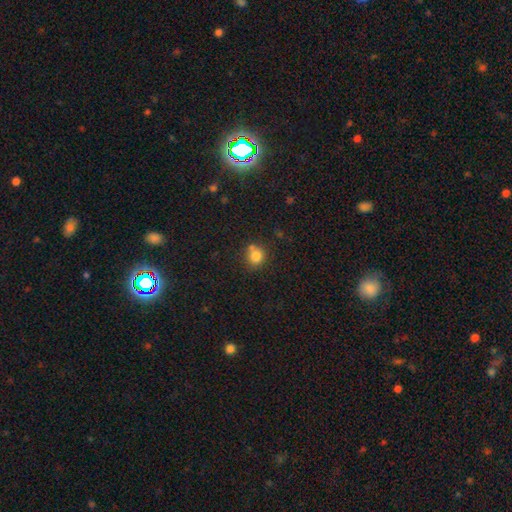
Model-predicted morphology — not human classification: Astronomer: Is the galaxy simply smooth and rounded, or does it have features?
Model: smooth — 80%.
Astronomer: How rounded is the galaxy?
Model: round — 80%.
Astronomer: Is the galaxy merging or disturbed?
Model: none — 62%.